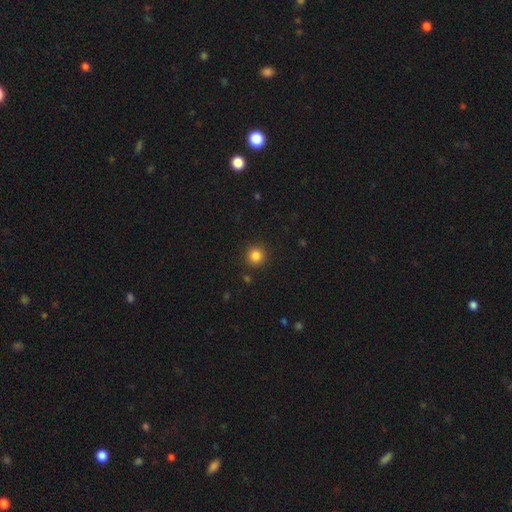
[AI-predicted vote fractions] smooth-or-featured: smooth: 84% | star or artifact: 12% | featured or disk: 5%
  how-rounded: round: 94% | in between: 5% | cigar-shaped: 1%
  merging: none: 91% | minor disturbance: 6% | major disturbance: 2% | merger: 2%